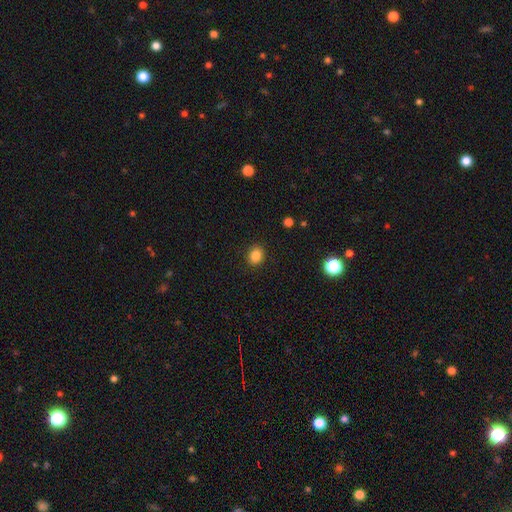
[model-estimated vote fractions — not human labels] Smooth or featured? smooth (85%)
How rounded? round (64%)
Merging? none (90%)